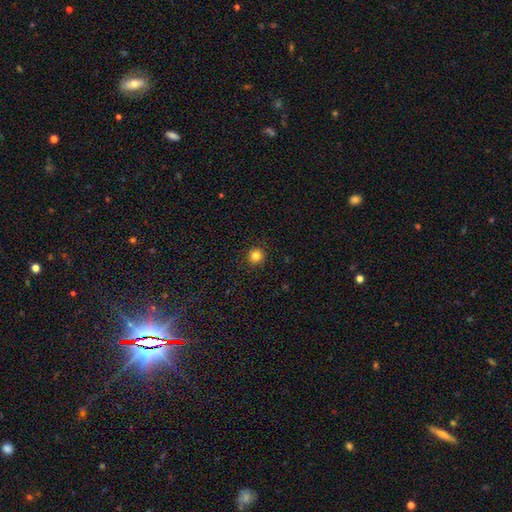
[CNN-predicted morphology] Smooth or featured: smooth — 83% (star or artifact — 12%)
How rounded: round — 93% (in between — 6%)
Merging: none — 92% (minor disturbance — 5%)